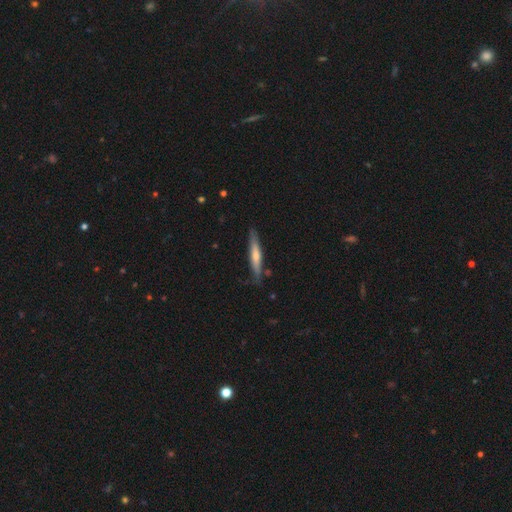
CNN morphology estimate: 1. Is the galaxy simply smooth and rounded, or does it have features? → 56% smooth, 39% featured or disk, 5% star or artifact.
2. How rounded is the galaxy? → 92% cigar-shaped, 7% in between, 1% round.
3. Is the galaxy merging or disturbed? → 79% none, 16% minor disturbance, 3% major disturbance, 2% merger.